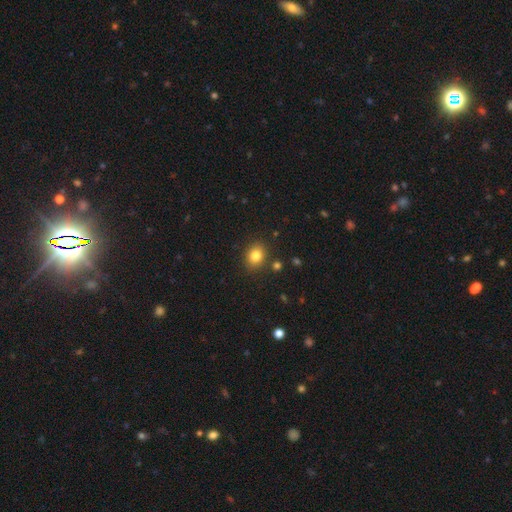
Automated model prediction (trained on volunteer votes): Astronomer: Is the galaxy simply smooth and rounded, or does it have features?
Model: smooth — 82%.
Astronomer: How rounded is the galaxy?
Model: round — 54% (runner-up: in between, 46%).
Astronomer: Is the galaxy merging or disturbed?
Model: none — 85%.